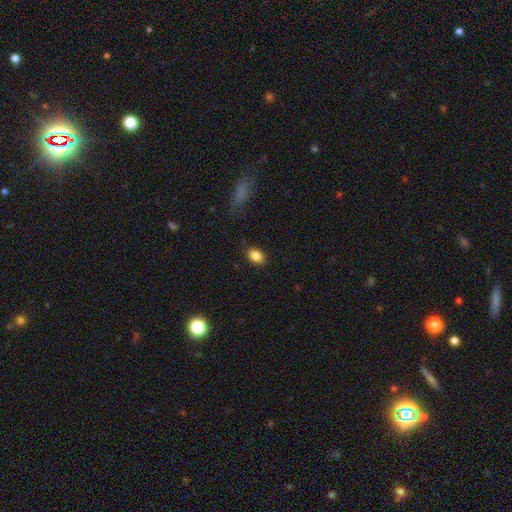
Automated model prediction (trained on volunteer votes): A smooth galaxy with no disk features (86%) that is in between round and cigar-shaped (82%).

Vote fractions:
- Smooth or featured? smooth: 86% / star or artifact: 9% / featured or disk: 5%
- How rounded? in between: 82% / round: 16% / cigar-shaped: 2%
- Merging? none: 86% / minor disturbance: 11% / major disturbance: 3% / merger: 1%